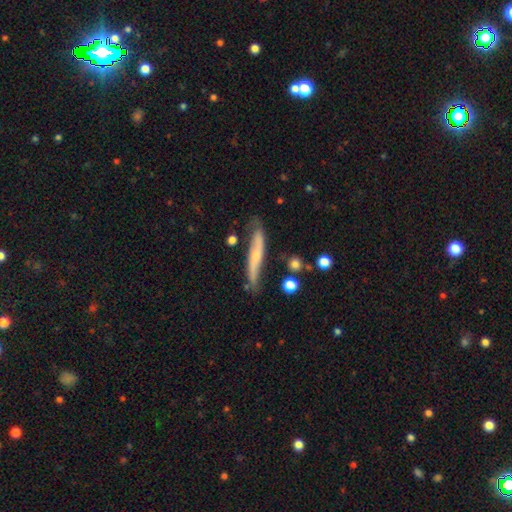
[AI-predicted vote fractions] A featured or disk galaxy (64%) viewed edge-on (69%). Merging: none (68%).